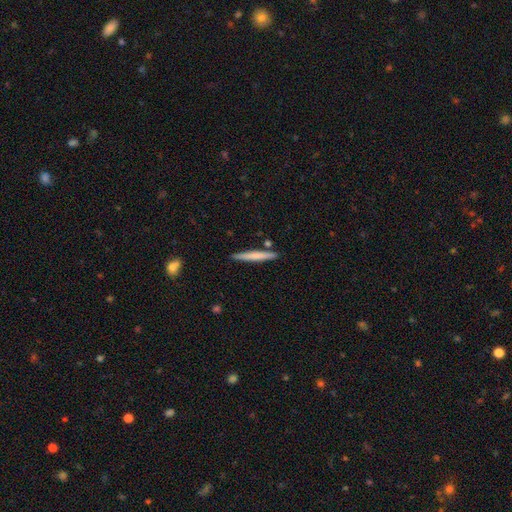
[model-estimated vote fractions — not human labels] Smooth or featured? smooth (61%)
How rounded? cigar-shaped (96%)
Merging? none (88%)